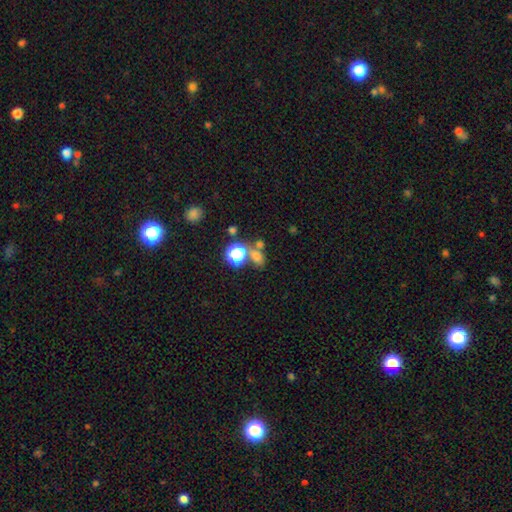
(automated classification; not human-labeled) Smooth or featured? smooth (65%)
How rounded? in between (53%)
Merging? none (55%)